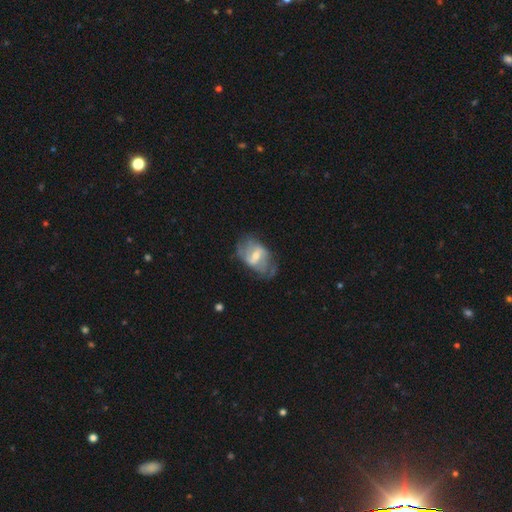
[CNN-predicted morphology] Smooth or featured?
  - featured or disk: 73% *
  - smooth: 20%
  - star or artifact: 6%
Edge-on disk?
  - no: 95% *
  - yes: 5%
Bar?
  - weak: 48% *
  - strong: 39%
  - no: 13%
Spiral arms?
  - yes: 76% *
  - no: 24%
Spiral winding?
  - medium: 42% *
  - loose: 33%
  - tight: 25%
Spiral arm count?
  - 2: 63% *
  - can't tell: 24%
  - 3: 6%
  - 1: 3%
  - 4: 2%
  - more than 4: 2%
Bulge size?
  - moderate: 54% *
  - small: 38%
  - large: 4%
  - none: 2%
  - dominant: 1%
Merging?
  - none: 56% *
  - minor disturbance: 26%
  - major disturbance: 16%
  - merger: 2%